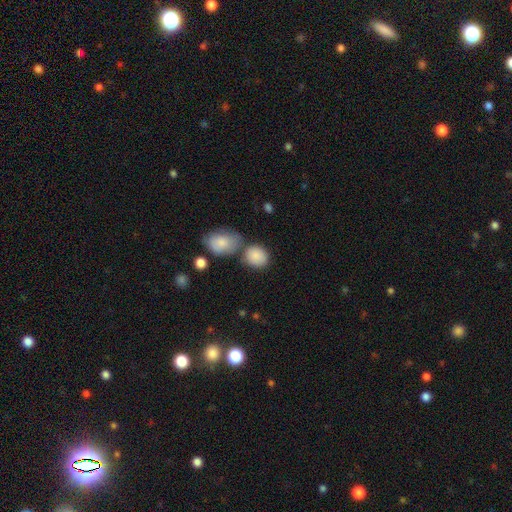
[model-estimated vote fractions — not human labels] Smooth or featured? smooth (87%)
How rounded? round (61%)
Merging? none (59%)